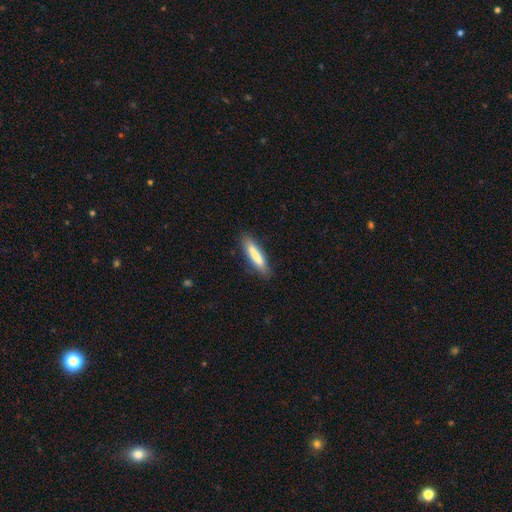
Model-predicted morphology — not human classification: type=smooth (77%); roundness=cigar-shaped (81%); merging=none (84%).